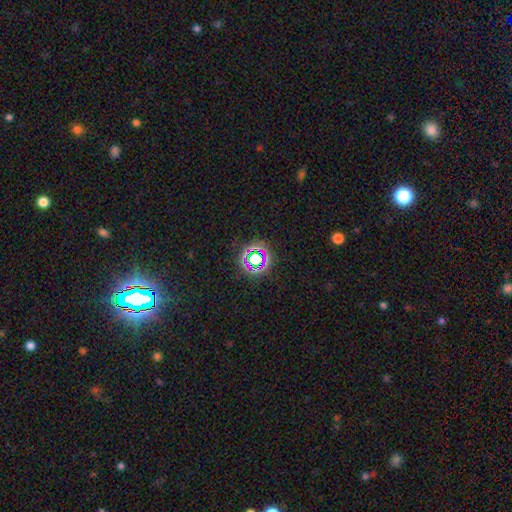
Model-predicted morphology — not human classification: A star or artifact, not a galaxy (59%).

Vote fractions:
- Smooth or featured? star or artifact: 59% / smooth: 28% / featured or disk: 13%